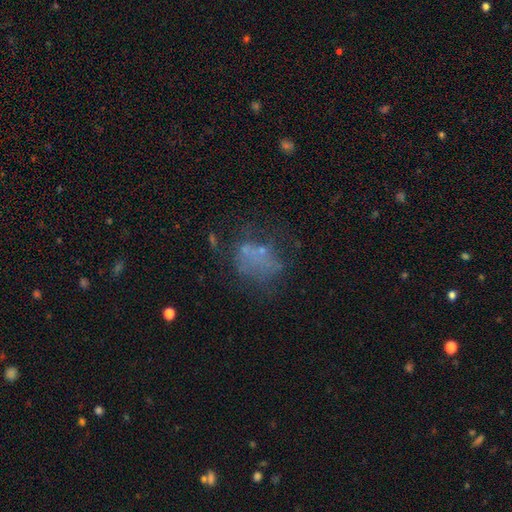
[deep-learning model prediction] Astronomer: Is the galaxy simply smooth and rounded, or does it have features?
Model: featured or disk — 41% (runner-up: smooth, 36%).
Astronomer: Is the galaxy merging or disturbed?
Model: none — 44% (runner-up: major disturbance, 28%).